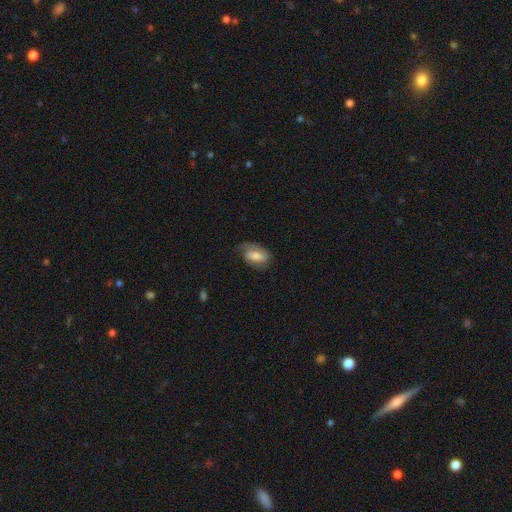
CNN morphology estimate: This appears to be a featured or disk galaxy (55%) with a weak bar (43%), spiral arms (87%) and a moderate central bulge (56%). Merging: none (57%).